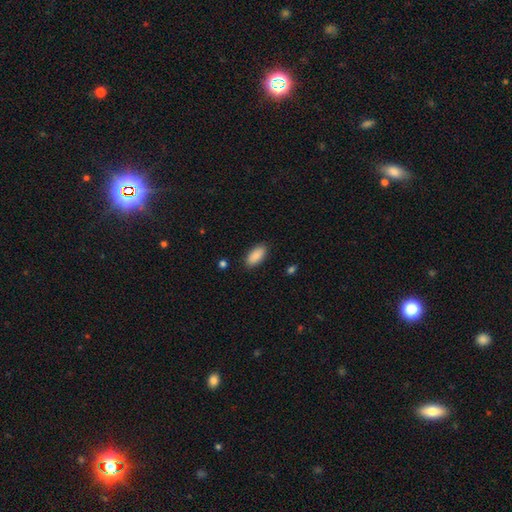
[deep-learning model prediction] Morphology: type=smooth (89%); roundness=in between (90%); merging=none (88%).